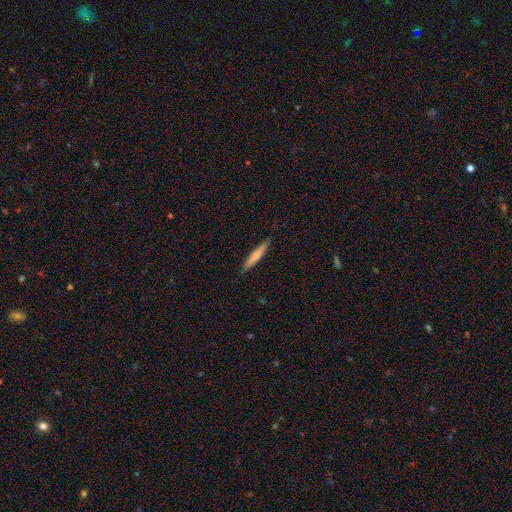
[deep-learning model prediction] This appears to be a smooth galaxy with no disk features (68%) that is cigar-shaped (94%). Merging: none (89%).